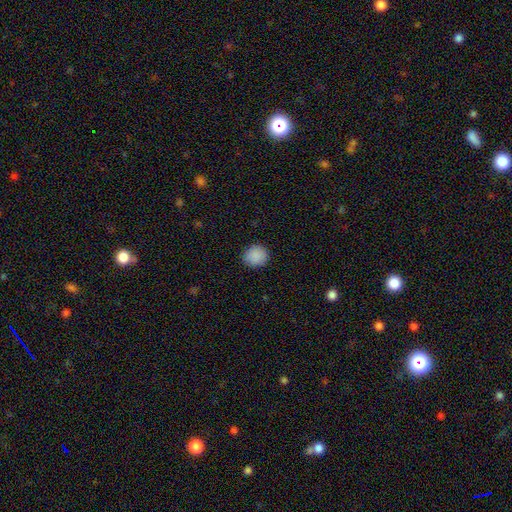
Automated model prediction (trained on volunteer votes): smooth-or-featured: smooth: 89% | star or artifact: 8% | featured or disk: 3%
  how-rounded: round: 84% | in between: 15% | cigar-shaped: 1%
  merging: none: 88% | minor disturbance: 9% | major disturbance: 2% | merger: 1%